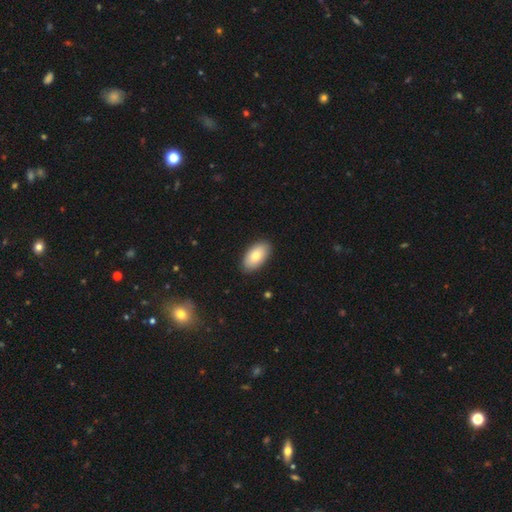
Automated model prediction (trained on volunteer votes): This is likely a smooth galaxy (77%). How rounded: clearly in between (95%). Merging: clearly none (88%).